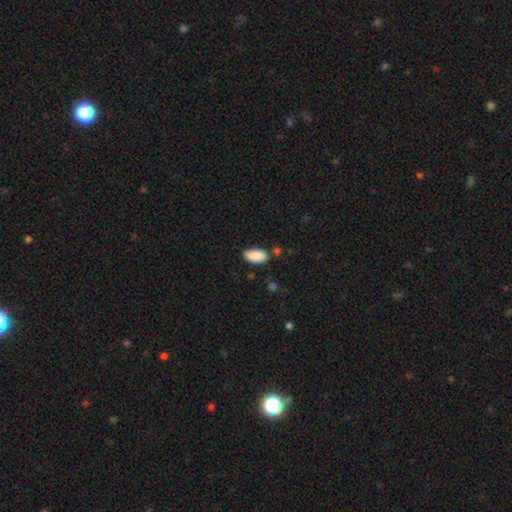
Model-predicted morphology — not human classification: A smooth galaxy with no disk features (90%) that is in between round and cigar-shaped (93%). Merging: none (79%).